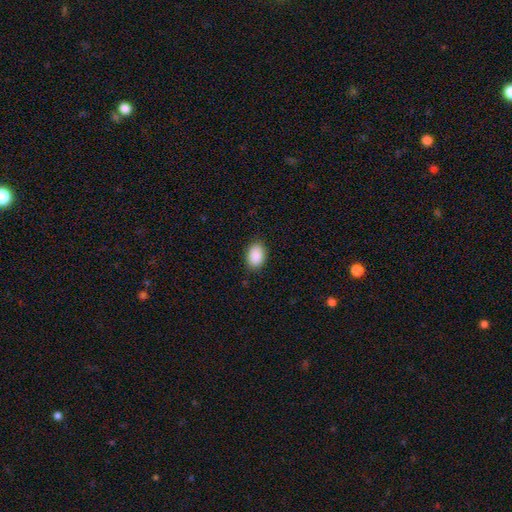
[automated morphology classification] Smooth or featured: smooth — 91% (star or artifact — 7%)
How rounded: in between — 85% (round — 14%)
Merging: none — 86% (minor disturbance — 10%)